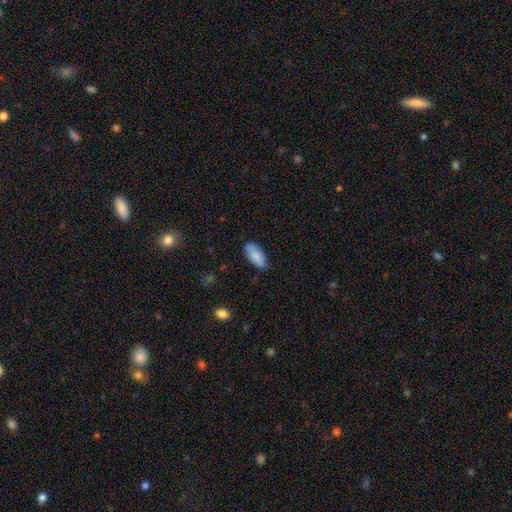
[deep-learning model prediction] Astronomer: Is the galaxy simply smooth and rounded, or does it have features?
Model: smooth — 86%.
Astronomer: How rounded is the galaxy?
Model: in between — 85%.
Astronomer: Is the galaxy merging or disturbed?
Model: none — 81%.